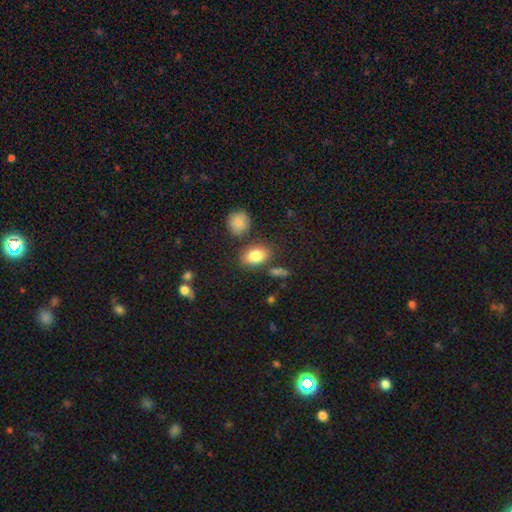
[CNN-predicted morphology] This is clearly a smooth galaxy (82%). How rounded: clearly in between (86%). Merging: likely none (75%).